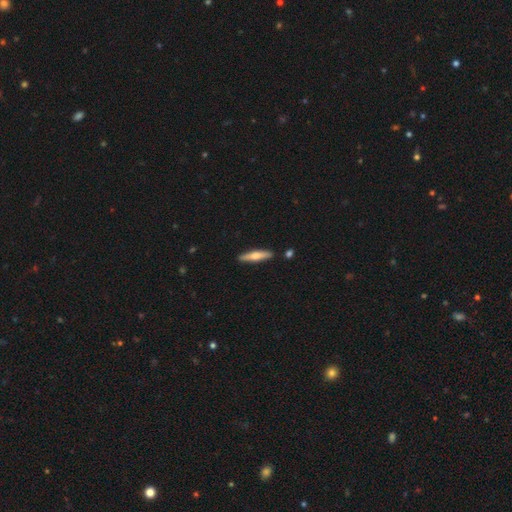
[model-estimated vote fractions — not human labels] smooth_or_featured: smooth (p=0.51) [alt: featured or disk p=0.44]
how_rounded: cigar-shaped (p=0.85) [alt: in between p=0.13]
merging: none (p=0.89) [alt: minor disturbance p=0.07]